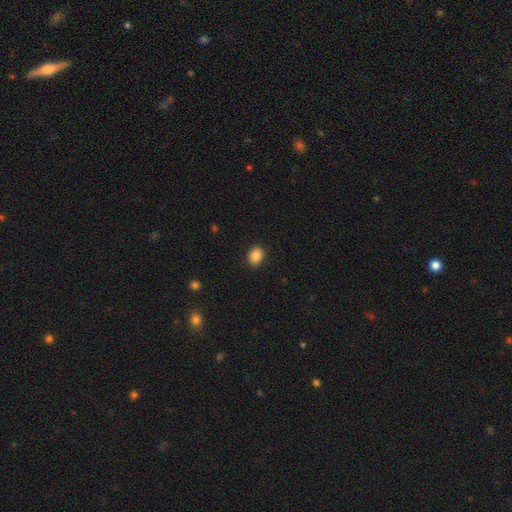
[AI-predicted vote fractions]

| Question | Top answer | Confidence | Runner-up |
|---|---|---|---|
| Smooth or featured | smooth | 85% | star or artifact (9%) |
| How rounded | in between | 61% | round (39%) |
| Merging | none | 89% | minor disturbance (8%) |